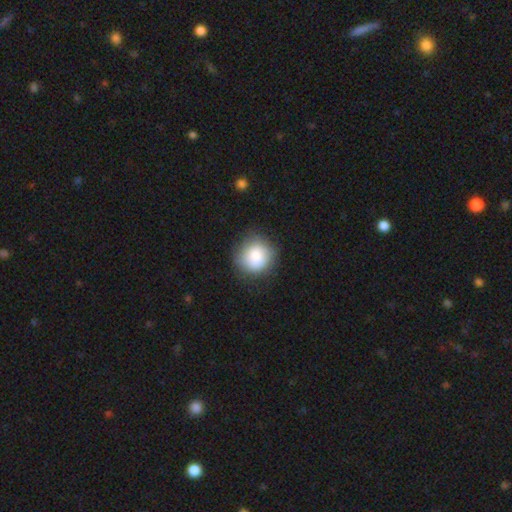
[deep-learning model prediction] This appears to be a smooth galaxy with no disk features (81%) that is round (90%). Merging: none (77%).